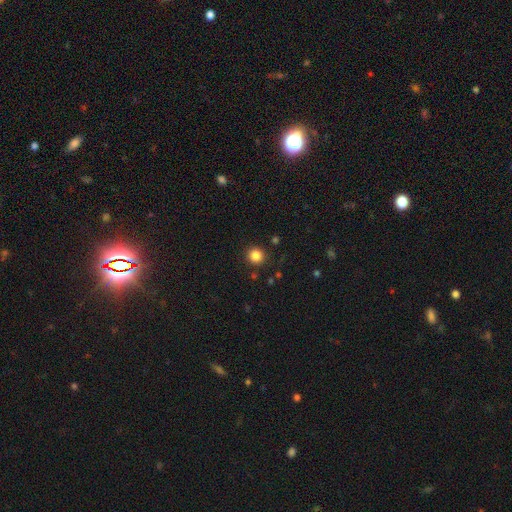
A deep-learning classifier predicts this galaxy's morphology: This appears to be a smooth galaxy with no disk features (84%) that is round (93%). Merging: none (90%).